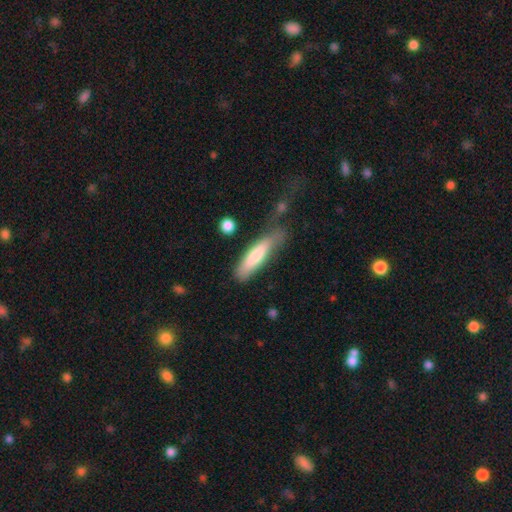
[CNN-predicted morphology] Q: Smooth or featured?
A: smooth (75%); runner-up: featured or disk (19%)
Q: How rounded?
A: cigar-shaped (73%); runner-up: in between (26%)
Q: Merging?
A: none (52%); runner-up: minor disturbance (28%)